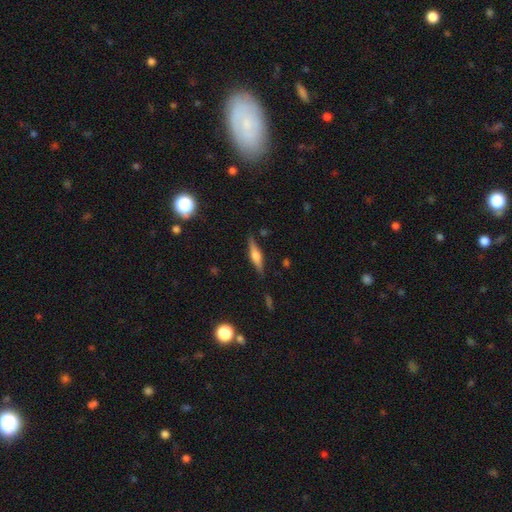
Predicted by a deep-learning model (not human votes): featured or disk 59%, smooth 33%, star or artifact 7%. Down the decision tree: edge-on disk — yes (95%); edge-on bulge — rounded (87%); merging — none (87%).